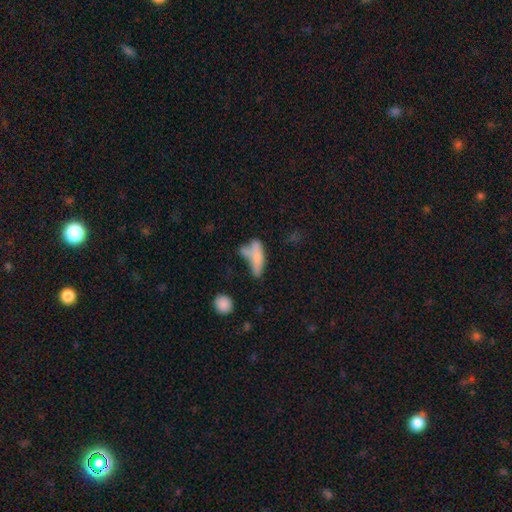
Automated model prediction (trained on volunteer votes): The model was most divided on "merging": none: 31%, merger: 30%, minor disturbance: 20%, major disturbance: 19%. Remaining: smooth or featured — smooth (67%); how rounded — in between (50%).